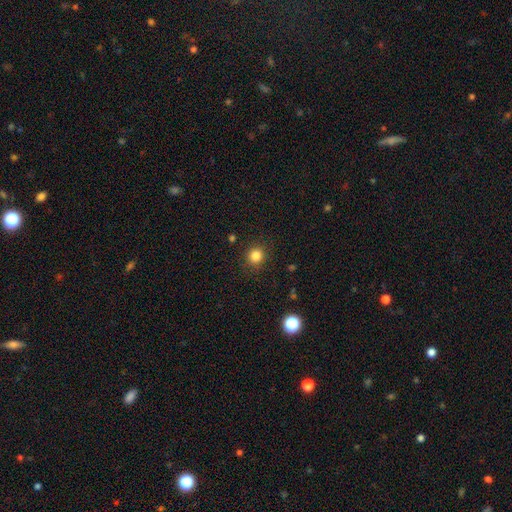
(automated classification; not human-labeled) This is clearly a smooth galaxy (83%). How rounded: clearly round (88%). Merging: clearly none (90%).